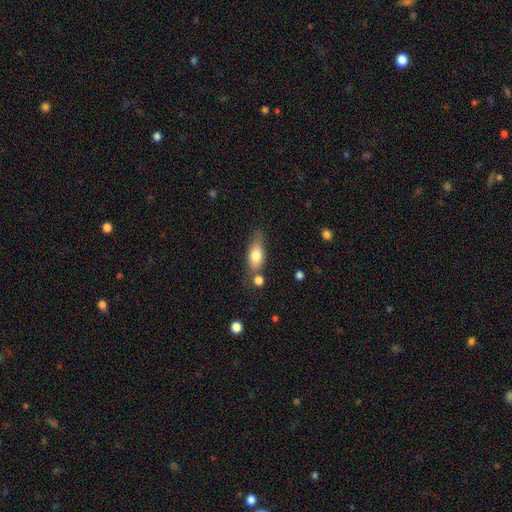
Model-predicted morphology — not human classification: This is likely a smooth galaxy (75%). How rounded: likely in between (79%). Merging: possibly none (57%).